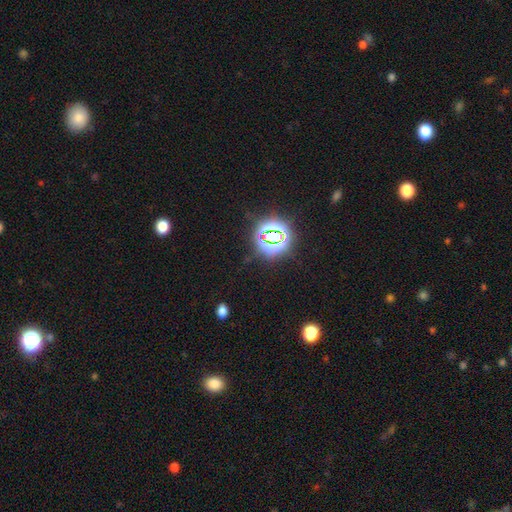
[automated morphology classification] smooth_or_featured: star or artifact (p=0.81) [alt: smooth p=0.12]